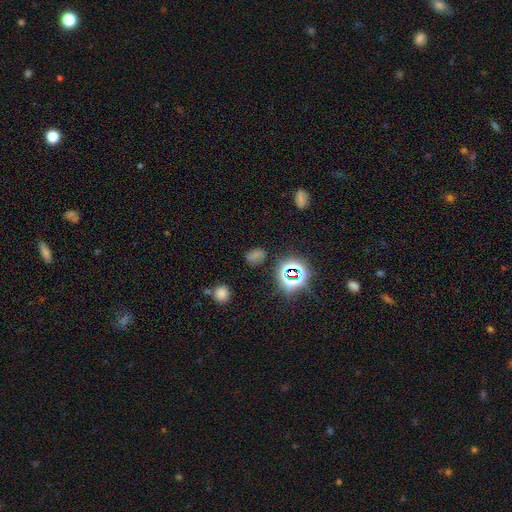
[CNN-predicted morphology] This appears to be a smooth galaxy with no disk features (51%) that is in between round and cigar-shaped (75%). Merging: none (74%).